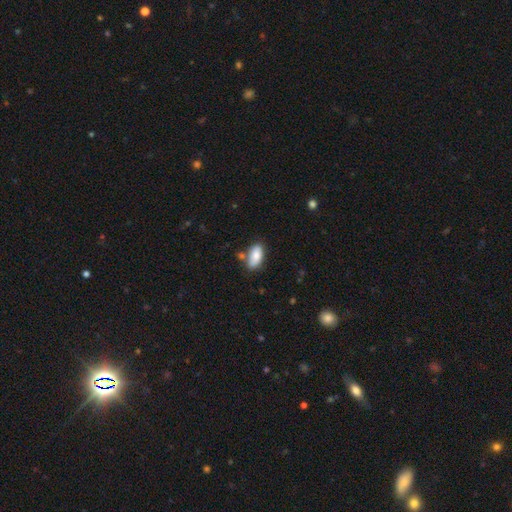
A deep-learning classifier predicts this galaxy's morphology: smooth 84%, featured or disk 10%, star or artifact 7%. Down the decision tree: how rounded — in between (91%); merging — none (69%).